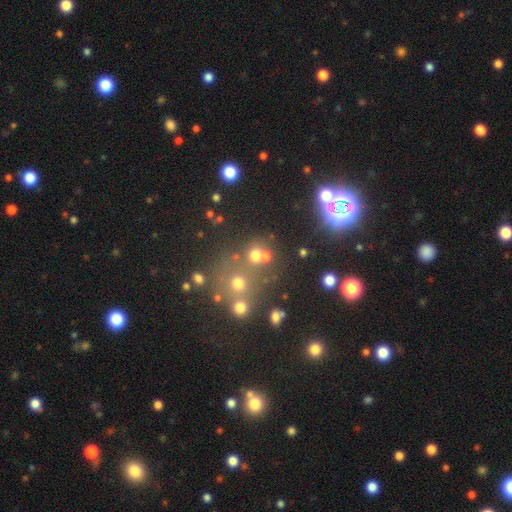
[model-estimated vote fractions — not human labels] A smooth galaxy with no disk features (62%) that is round (85%).

Vote fractions:
- Smooth or featured? smooth: 62% / star or artifact: 25% / featured or disk: 12%
- How rounded? round: 85% / in between: 14% / cigar-shaped: 1%
- Merging? none: 60% / merger: 25% / minor disturbance: 9% / major disturbance: 6%